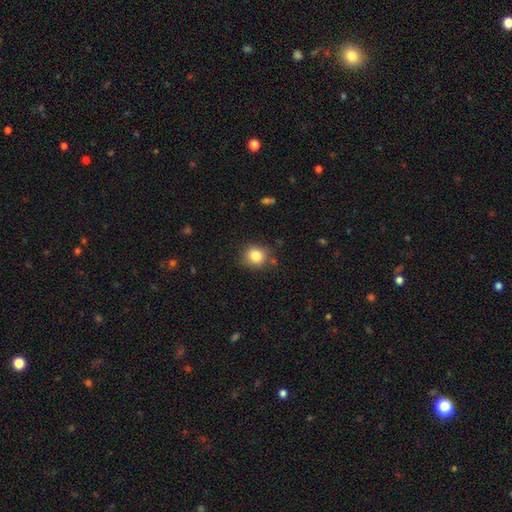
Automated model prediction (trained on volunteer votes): A smooth galaxy with no disk features (83%) that is round (84%).

Vote fractions:
- Smooth or featured? smooth: 83% / star or artifact: 11% / featured or disk: 6%
- How rounded? round: 84% / in between: 15% / cigar-shaped: 1%
- Merging? none: 84% / minor disturbance: 11% / major disturbance: 3% / merger: 2%